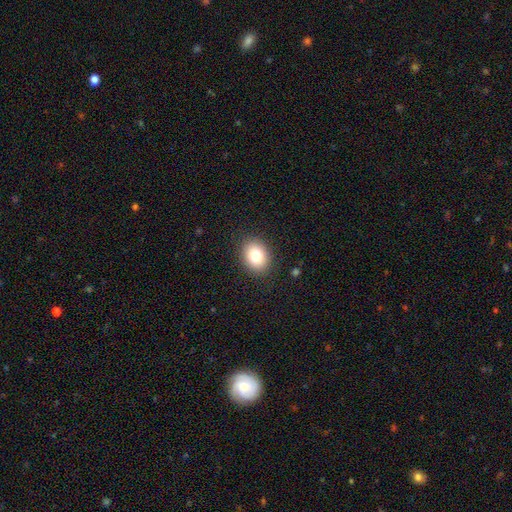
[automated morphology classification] This is clearly a smooth galaxy (80%). How rounded: possibly in between (54%). Merging: clearly none (88%).